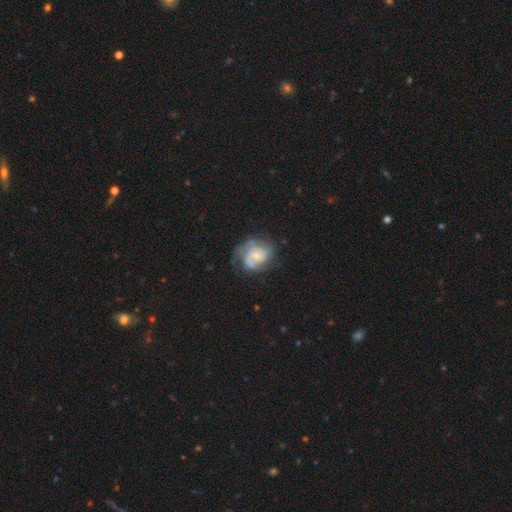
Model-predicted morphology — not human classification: smooth-or-featured: featured or disk: 73% | smooth: 21% | star or artifact: 7%
  disk-edge-on: no: 98% | yes: 2%
    bar: no: 60% | weak: 35% | strong: 5%
    has-spiral-arms: yes: 90% | no: 10%
      spiral-winding: tight: 42% (tied) | medium: 42% (tied) | loose: 16%
      spiral-arm-count: 2: 44% | can't tell: 27% | 3: 15% | 1: 7% | 4: 4% | more than 4: 3%
    bulge-size: small: 58% | moderate: 29% | none: 9% | large: 3% | dominant: 1%
  merging: none: 58% | minor disturbance: 24% | major disturbance: 16% | merger: 2%